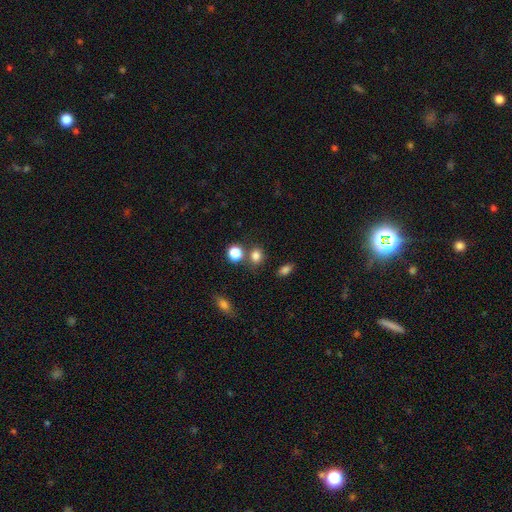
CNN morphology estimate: A smooth galaxy with no disk features (79%) that is round (61%).

Vote fractions:
- Smooth or featured? smooth: 79% / star or artifact: 15% / featured or disk: 6%
- How rounded? round: 61% / in between: 38% / cigar-shaped: 1%
- Merging? none: 66% / merger: 19% / minor disturbance: 11% / major disturbance: 4%